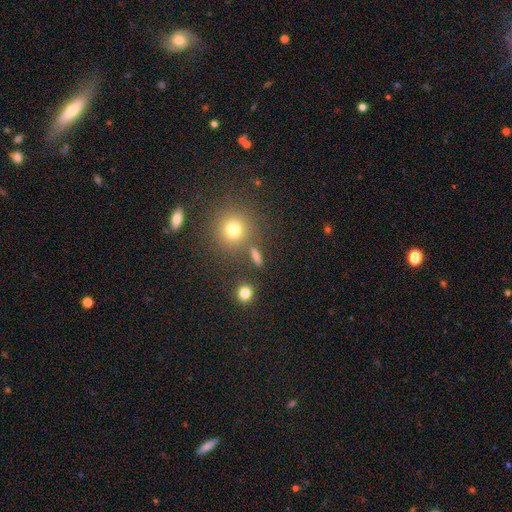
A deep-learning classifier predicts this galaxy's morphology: Smooth or featured?
  - smooth: 69% *
  - star or artifact: 21%
  - featured or disk: 9%
How rounded?
  - round: 56% *
  - in between: 33%
  - cigar-shaped: 12%
Merging?
  - none: 80% *
  - minor disturbance: 8%
  - merger: 7%
  - major disturbance: 4%